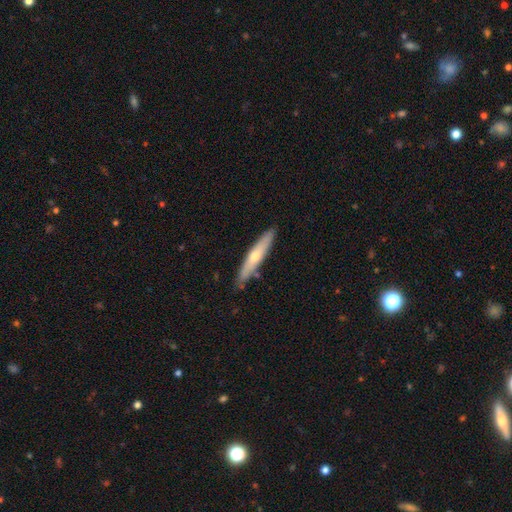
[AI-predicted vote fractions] Q: Smooth or featured?
A: smooth (49%); runner-up: featured or disk (46%)
Q: Merging?
A: none (84%); runner-up: minor disturbance (11%)